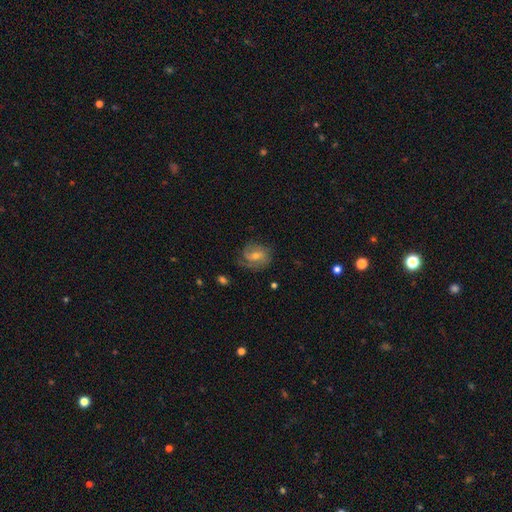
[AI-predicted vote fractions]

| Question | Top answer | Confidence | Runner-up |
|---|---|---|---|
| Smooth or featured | featured or disk | 60% | smooth (32%) |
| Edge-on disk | no | 97% | yes (3%) |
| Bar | weak | 46% | no (42%) |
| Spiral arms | yes | 86% | no (14%) |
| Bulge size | moderate | 52% | small (42%) |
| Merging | none | 63% | minor disturbance (23%) |